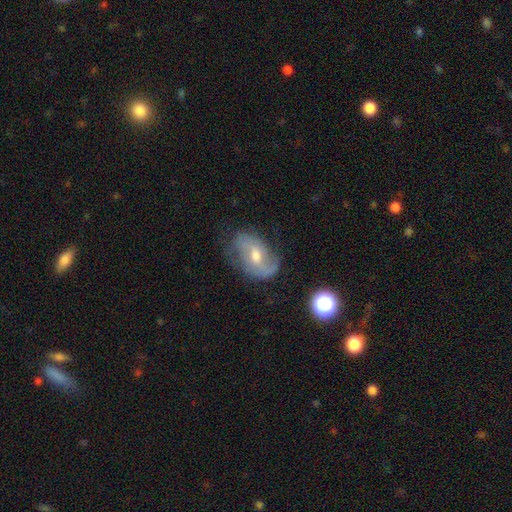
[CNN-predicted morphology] featured or disk 70%, smooth 21%, star or artifact 9%. Down the decision tree: edge-on disk — no (95%); bar — weak (48%); spiral arms — yes (86%); spiral arm count — 2 (66%); spiral winding — medium (41%); bulge size — moderate (65%); merging — none (60%).